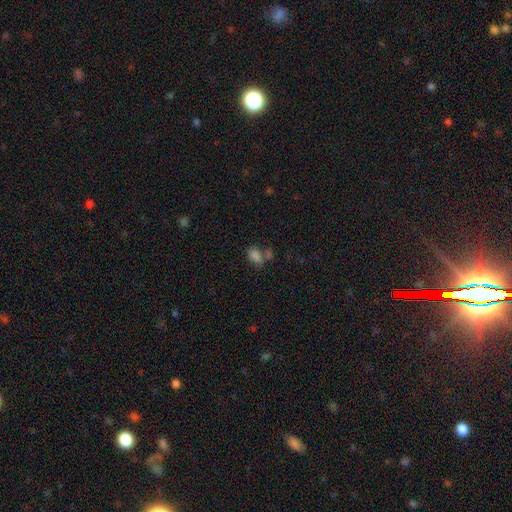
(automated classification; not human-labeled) Smooth or featured: smooth — 80% (star or artifact — 13%)
How rounded: in between — 80% (round — 18%)
Merging: none — 43% (merger — 37%)